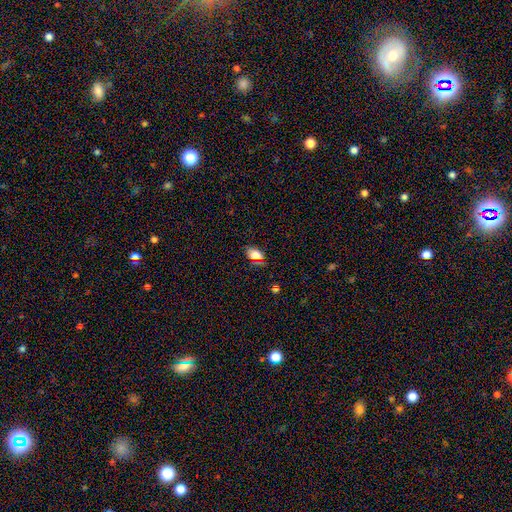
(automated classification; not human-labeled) Overall: smooth (73%). How rounded: in between (83%). Merging: none (84%).